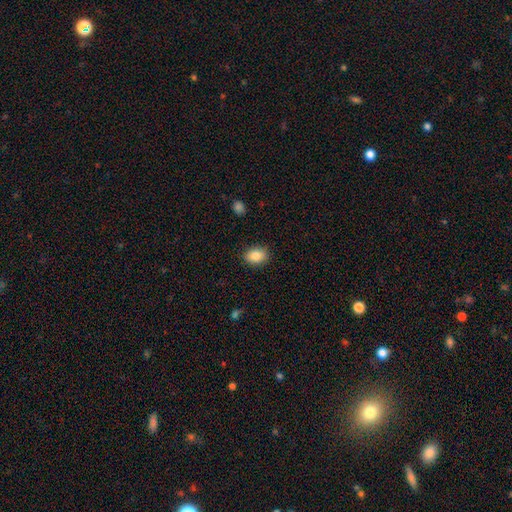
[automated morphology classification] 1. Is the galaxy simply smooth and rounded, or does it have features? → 85% smooth, 8% star or artifact, 7% featured or disk.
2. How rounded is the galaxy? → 73% in between, 26% round, 1% cigar-shaped.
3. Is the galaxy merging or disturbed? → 88% none, 9% minor disturbance, 2% major disturbance, 1% merger.